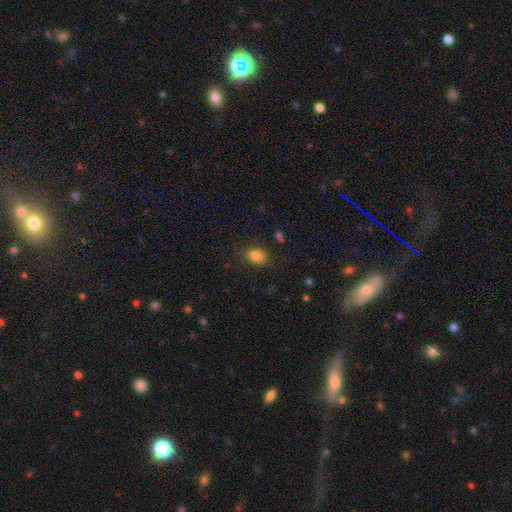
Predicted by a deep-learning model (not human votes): Smooth or featured: smooth — 82% (star or artifact — 11%)
How rounded: in between — 71% (round — 28%)
Merging: none — 81% (minor disturbance — 14%)